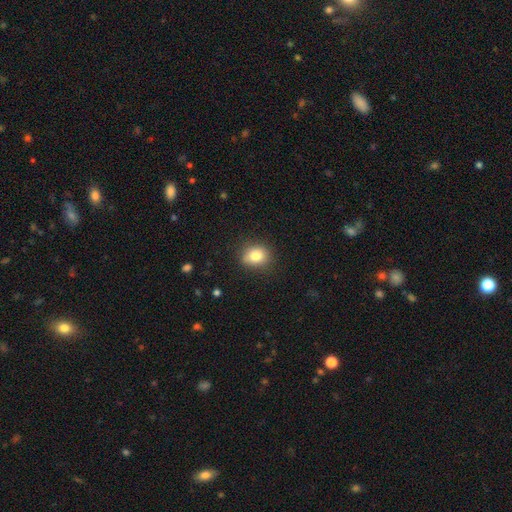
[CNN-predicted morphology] Smooth or featured? smooth (82%)
How rounded? round (57%)
Merging? none (82%)